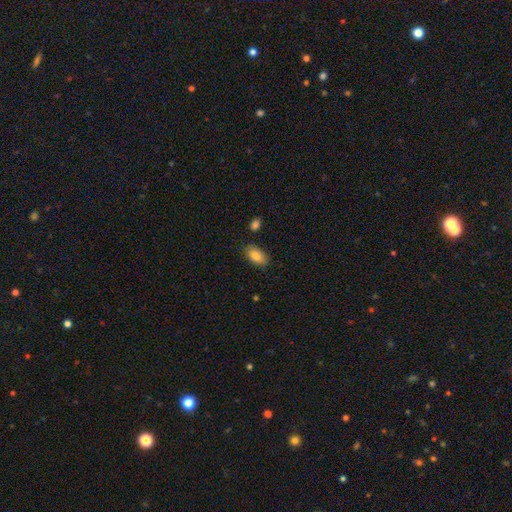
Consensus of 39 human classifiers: Smooth or featured?
  - smooth: 82% *
  - featured or disk: 15%
  - star or artifact: 3%
How rounded?
  - in between: 94% *
  - round: 6%
  - cigar-shaped: 0%
Merging?
  - none: 87% *
  - minor disturbance: 11%
  - merger: 3%
  - major disturbance: 0%